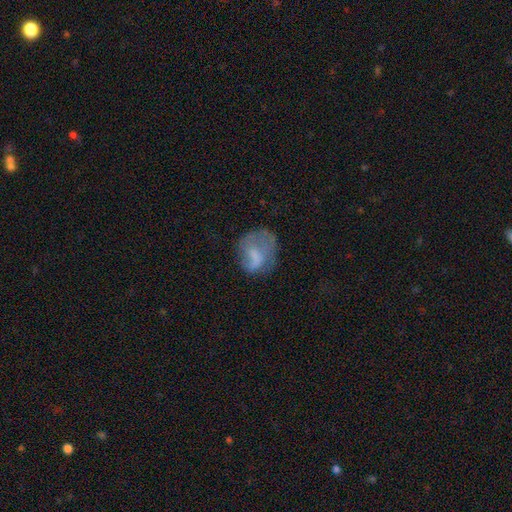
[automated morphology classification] The model was most divided on "merging": none: 42%, major disturbance: 29%, minor disturbance: 26%, merger: 3%. More confident: how rounded — round (57%); smooth or featured — smooth (54%).